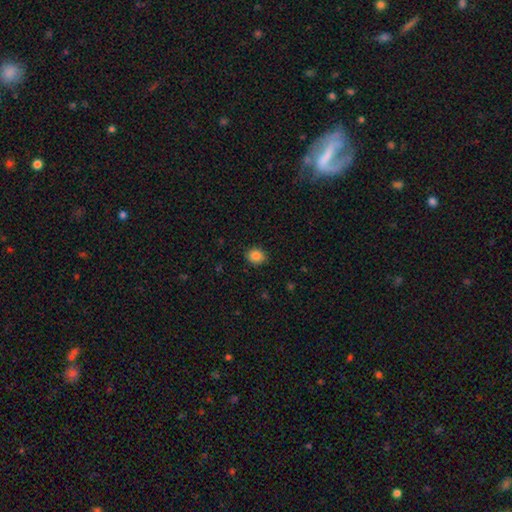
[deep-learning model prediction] Smooth or featured?
  - smooth: 87% *
  - star or artifact: 9%
  - featured or disk: 4%
How rounded?
  - round: 60% *
  - in between: 39%
  - cigar-shaped: 1%
Merging?
  - none: 87% *
  - minor disturbance: 10%
  - major disturbance: 2%
  - merger: 1%